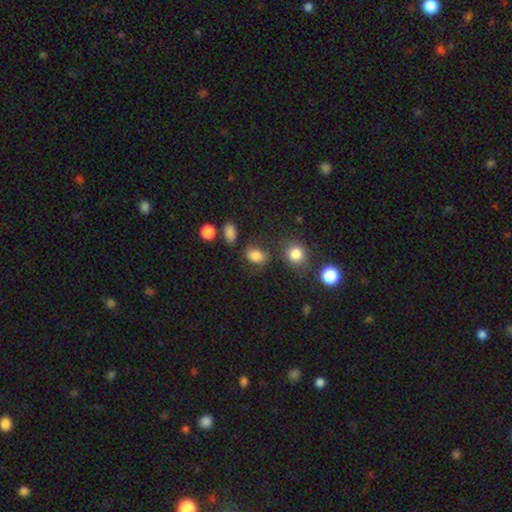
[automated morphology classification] The model was most divided on "merging": none: 57%, minor disturbance: 23%, major disturbance: 12%, merger: 8%. More confident: smooth or featured — smooth (78%); how rounded — in between (67%).